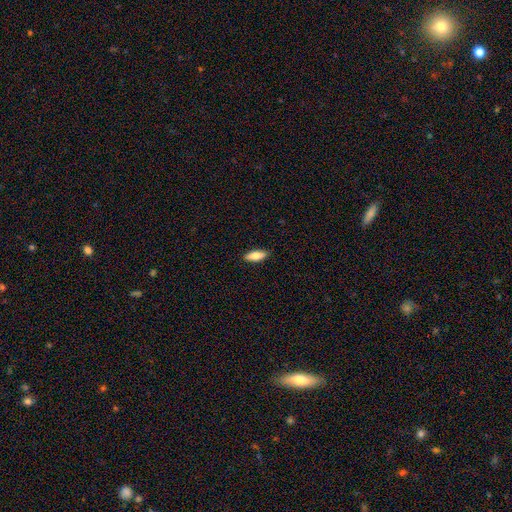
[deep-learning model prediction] The model was most divided on "how rounded": in between: 69%, cigar-shaped: 29%, round: 2%. More confident: merging — none (90%); smooth or featured — smooth (82%).